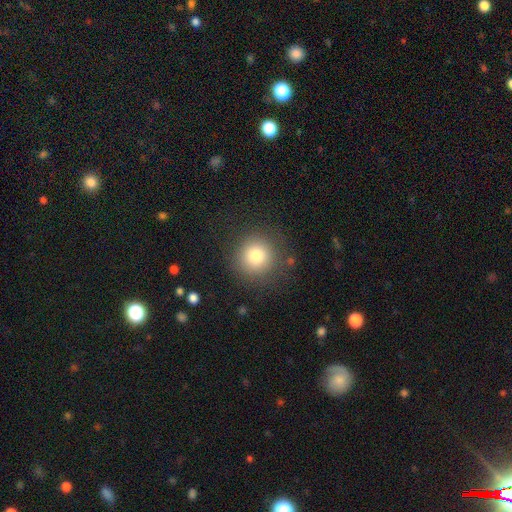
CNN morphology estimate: type=smooth (78%); roundness=round (94%); merging=none (86%).